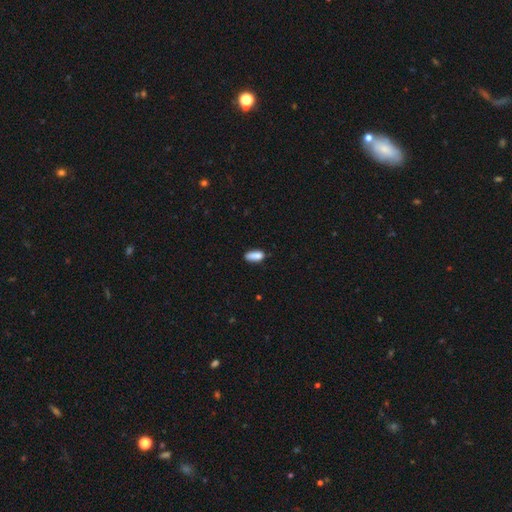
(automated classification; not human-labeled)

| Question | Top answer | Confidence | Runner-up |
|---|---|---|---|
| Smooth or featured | smooth | 85% | star or artifact (8%) |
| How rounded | in between | 81% | cigar-shaped (16%) |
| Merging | none | 62% | minor disturbance (28%) |